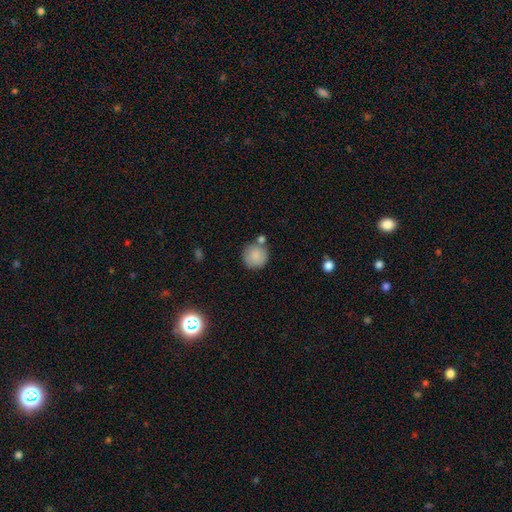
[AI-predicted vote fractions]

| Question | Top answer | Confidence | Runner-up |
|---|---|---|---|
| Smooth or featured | smooth | 86% | star or artifact (7%) |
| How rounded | round | 93% | in between (6%) |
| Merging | none | 68% | merger (16%) |